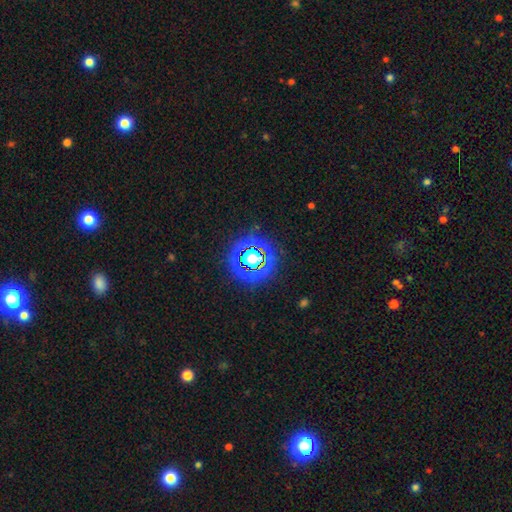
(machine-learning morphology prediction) Smooth or featured?
  - star or artifact: 65% *
  - smooth: 24%
  - featured or disk: 11%